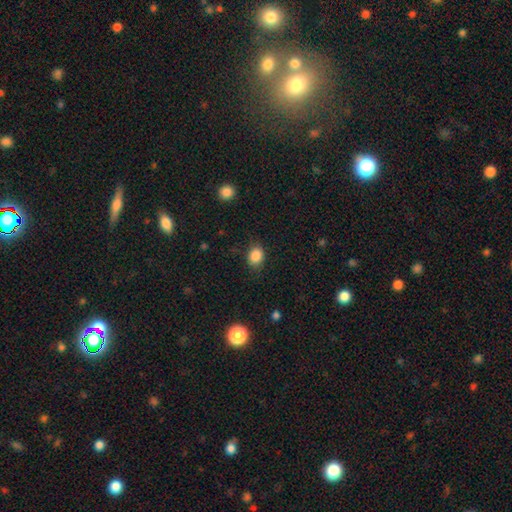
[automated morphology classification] This appears to be a smooth galaxy with no disk features (85%) that is in between round and cigar-shaped (50%). Merging: none (80%).